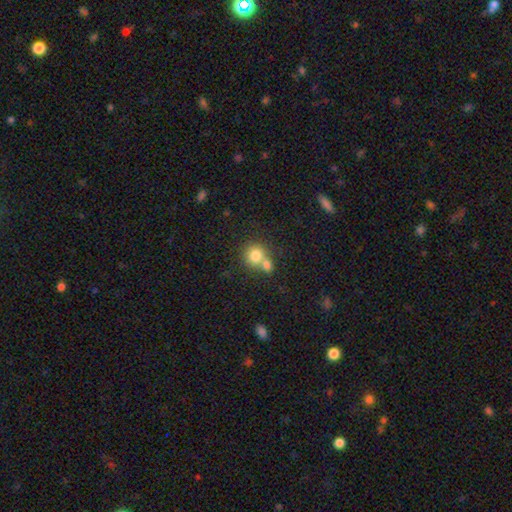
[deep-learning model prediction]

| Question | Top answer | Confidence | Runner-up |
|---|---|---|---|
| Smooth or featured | smooth | 79% | featured or disk (11%) |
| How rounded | round | 84% | in between (15%) |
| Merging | merger | 50% | none (40%) |